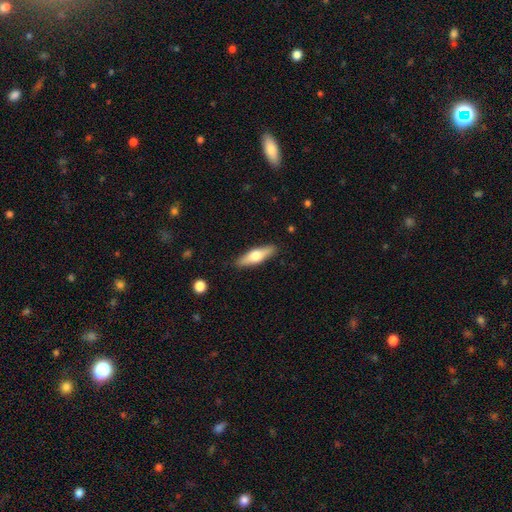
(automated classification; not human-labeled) Smooth or featured?
  - smooth: 54% *
  - featured or disk: 41%
  - star or artifact: 6%
How rounded?
  - cigar-shaped: 56% *
  - in between: 41%
  - round: 2%
Merging?
  - none: 88% *
  - minor disturbance: 9%
  - major disturbance: 2%
  - merger: 1%